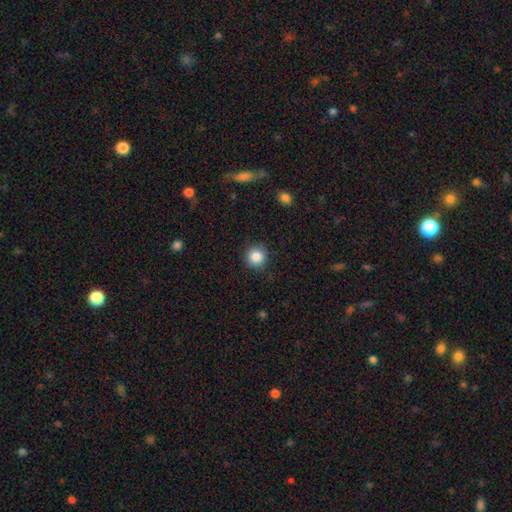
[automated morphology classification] Q: Smooth or featured?
A: smooth (86%); runner-up: star or artifact (10%)
Q: How rounded?
A: round (94%); runner-up: in between (5%)
Q: Merging?
A: none (90%); runner-up: minor disturbance (7%)